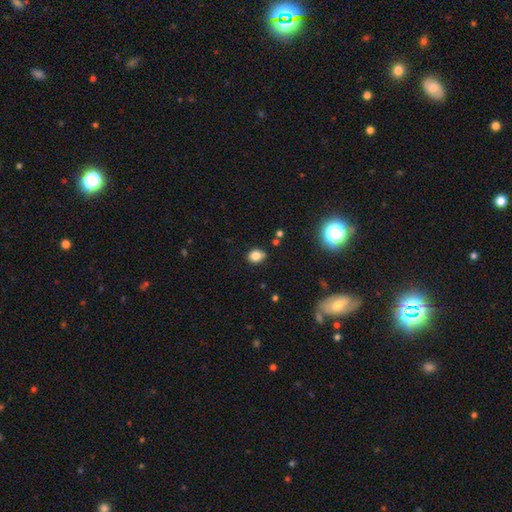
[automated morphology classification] This appears to be a smooth galaxy with no disk features (81%) that is round (55%). Merging: none (81%).